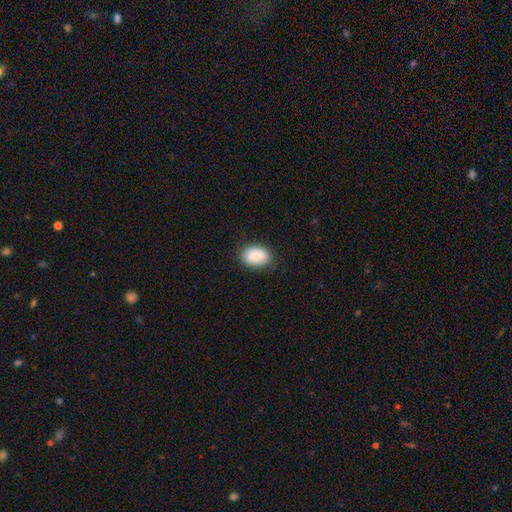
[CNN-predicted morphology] The model was most divided on "how rounded": in between: 83%, round: 16%, cigar-shaped: 1%. More confident: smooth or featured — smooth (87%); merging — none (82%).